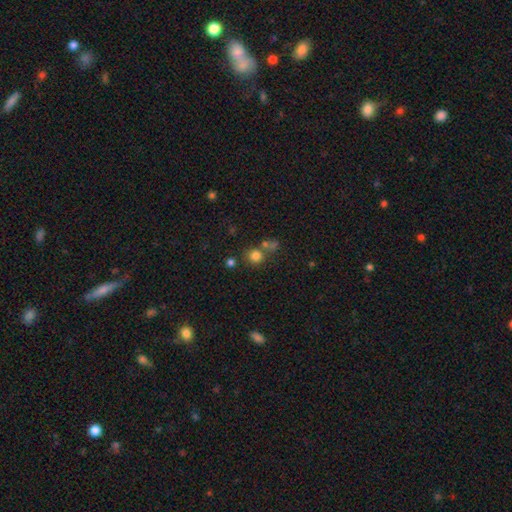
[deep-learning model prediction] Smooth or featured?
  - smooth: 76% *
  - star or artifact: 16%
  - featured or disk: 8%
How rounded?
  - round: 88% *
  - in between: 11%
  - cigar-shaped: 1%
Merging?
  - none: 61% *
  - merger: 26%
  - minor disturbance: 9%
  - major disturbance: 4%